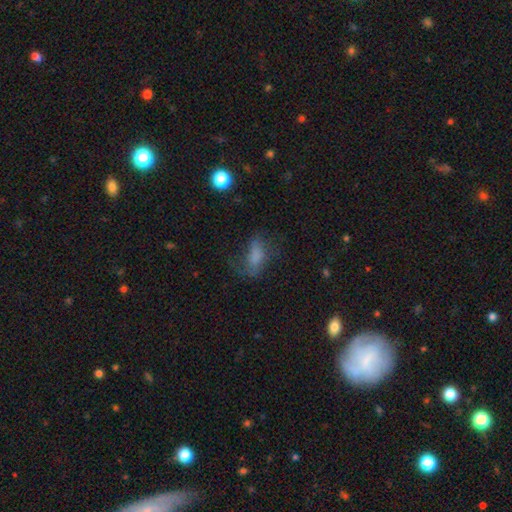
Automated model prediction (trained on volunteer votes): The model was most divided on "merging": none: 42%, major disturbance: 31%, minor disturbance: 24%, merger: 3%. More confident: how rounded — in between (83%); smooth or featured — smooth (58%).